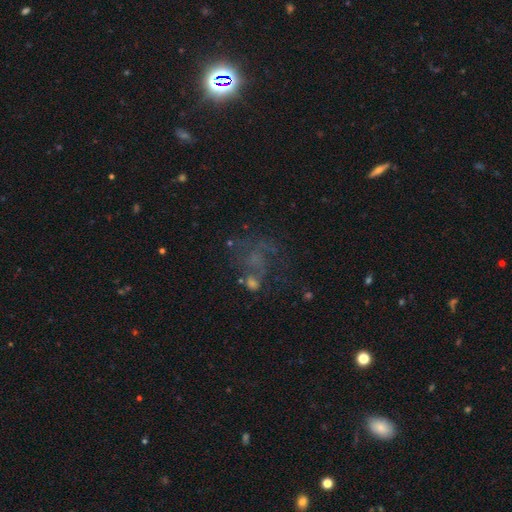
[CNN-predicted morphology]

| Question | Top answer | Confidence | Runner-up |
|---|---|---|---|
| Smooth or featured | featured or disk | 47% | star or artifact (27%) |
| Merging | none | 38% | major disturbance (34%) |